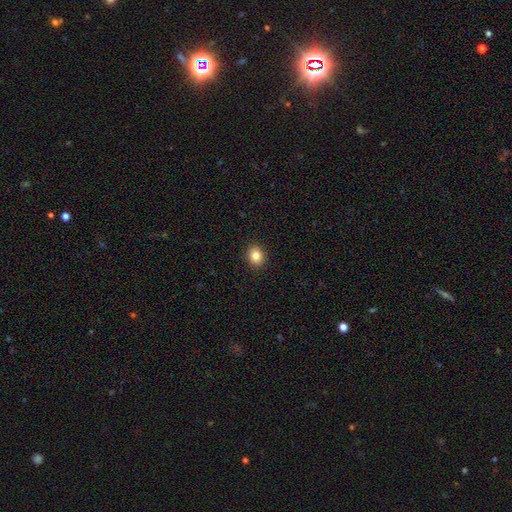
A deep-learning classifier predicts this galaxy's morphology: type=smooth (83%); roundness=round (57%); merging=none (91%).